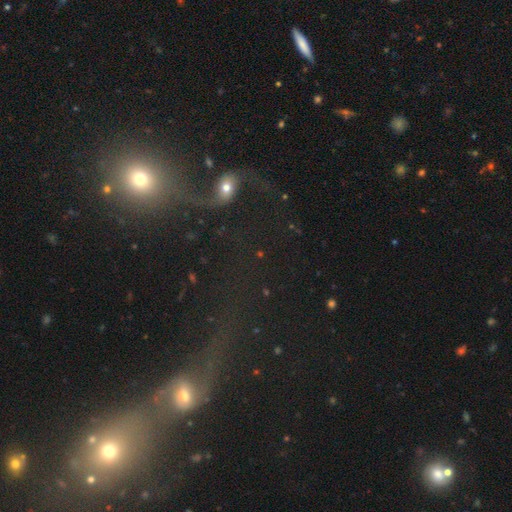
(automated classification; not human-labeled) Morphology: type=star or artifact (40%).